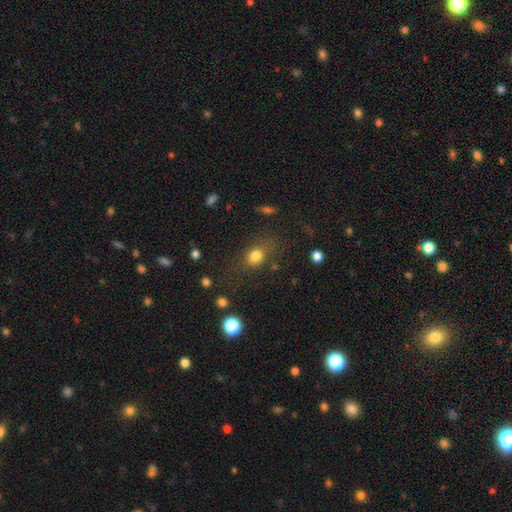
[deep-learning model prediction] The model was most divided on "how rounded": in between: 51%, round: 46%, cigar-shaped: 3%. More confident: smooth or featured — smooth (78%); merging — none (65%).